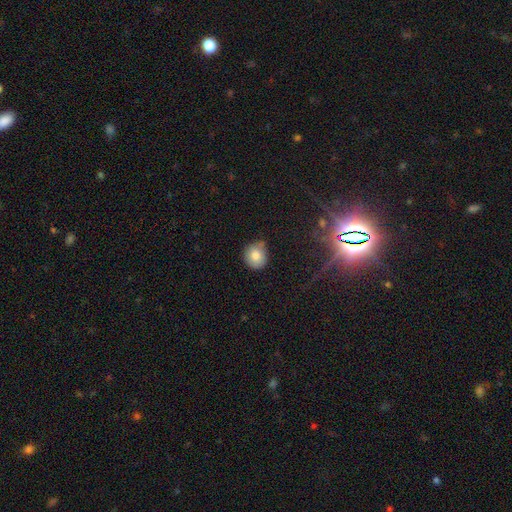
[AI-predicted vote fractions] Smooth or featured: smooth — 82% (featured or disk — 9%)
How rounded: round — 84% (in between — 15%)
Merging: none — 64% (minor disturbance — 26%)